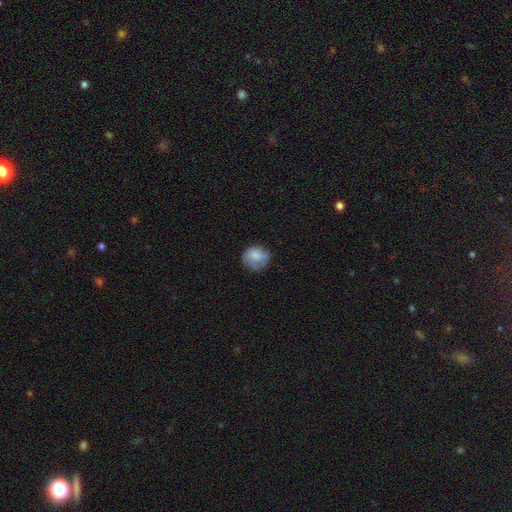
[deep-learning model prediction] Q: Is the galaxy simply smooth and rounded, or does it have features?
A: smooth — 77%.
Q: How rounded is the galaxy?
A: round — 78%.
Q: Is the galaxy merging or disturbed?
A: none — 65%.